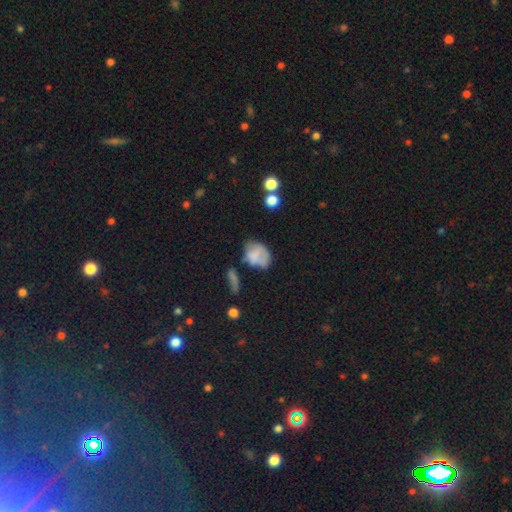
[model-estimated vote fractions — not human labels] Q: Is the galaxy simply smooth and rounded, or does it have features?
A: smooth — 68%.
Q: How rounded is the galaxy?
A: in between — 71%.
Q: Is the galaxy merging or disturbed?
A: none — 36%.